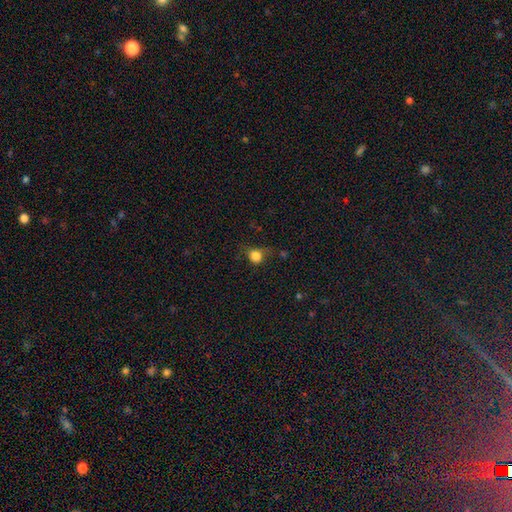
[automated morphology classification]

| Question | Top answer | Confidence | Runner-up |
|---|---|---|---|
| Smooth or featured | smooth | 81% | star or artifact (12%) |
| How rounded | round | 75% | in between (24%) |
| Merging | none | 53% | minor disturbance (27%) |